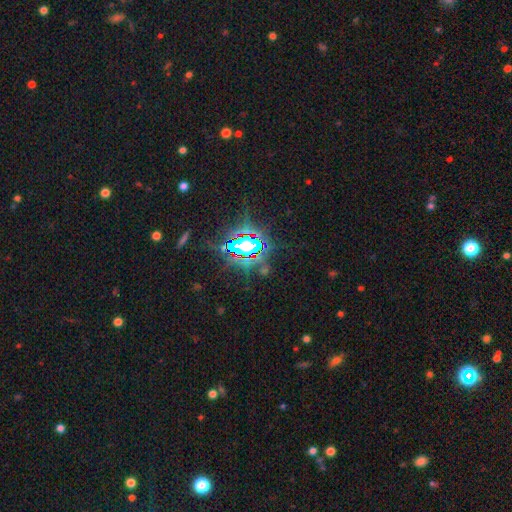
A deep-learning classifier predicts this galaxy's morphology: A star or artifact, not a galaxy (83%).